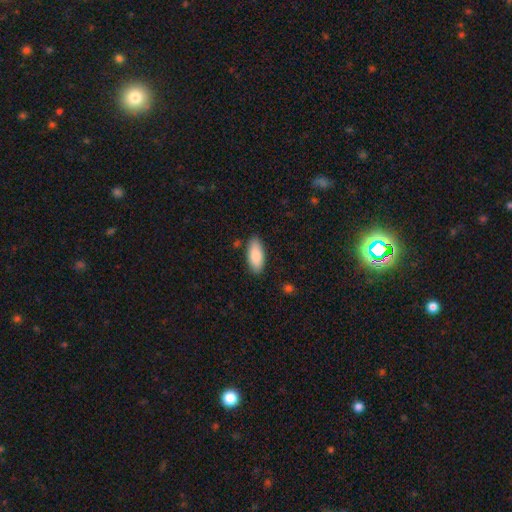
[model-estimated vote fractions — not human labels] Smooth or featured? smooth (87%)
How rounded? in between (88%)
Merging? none (85%)